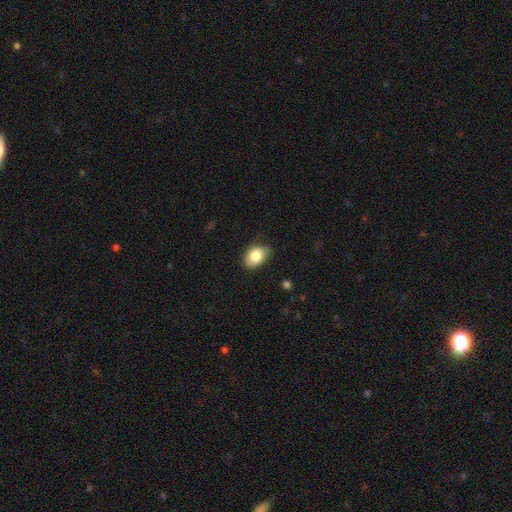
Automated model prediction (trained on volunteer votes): smooth 83%, featured or disk 10%, star or artifact 7%. Down the decision tree: how rounded — in between (81%); merging — none (71%).